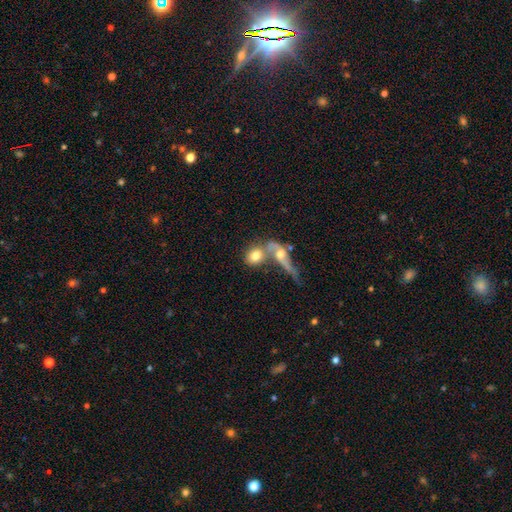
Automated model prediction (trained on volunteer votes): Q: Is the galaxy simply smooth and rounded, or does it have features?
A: smooth — 69%.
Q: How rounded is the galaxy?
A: in between — 50%.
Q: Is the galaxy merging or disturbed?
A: merger — 58%.